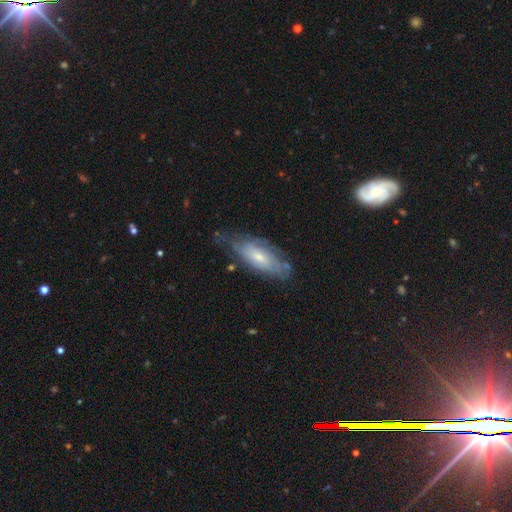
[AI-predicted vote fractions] This appears to be a featured or disk galaxy (53%). Merging: none (62%).